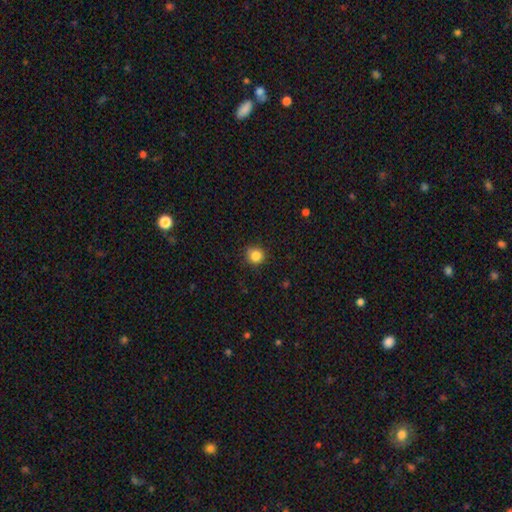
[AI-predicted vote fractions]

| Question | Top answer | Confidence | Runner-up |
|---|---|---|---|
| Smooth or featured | smooth | 84% | star or artifact (11%) |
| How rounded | round | 92% | in between (8%) |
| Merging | none | 85% | minor disturbance (11%) |